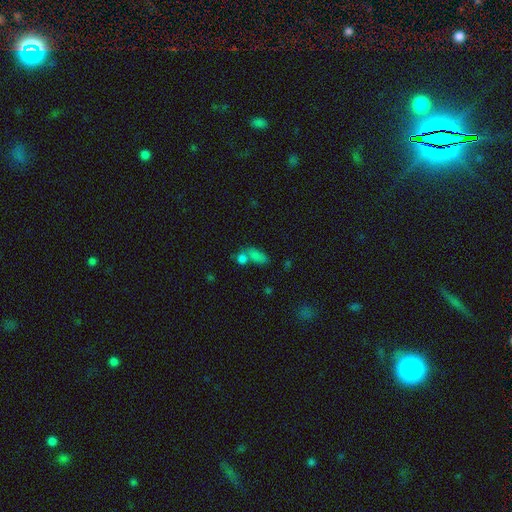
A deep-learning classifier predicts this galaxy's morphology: smooth 74%, star or artifact 17%, featured or disk 9%. Down the decision tree: how rounded — in between (71%); merging — none (45%).